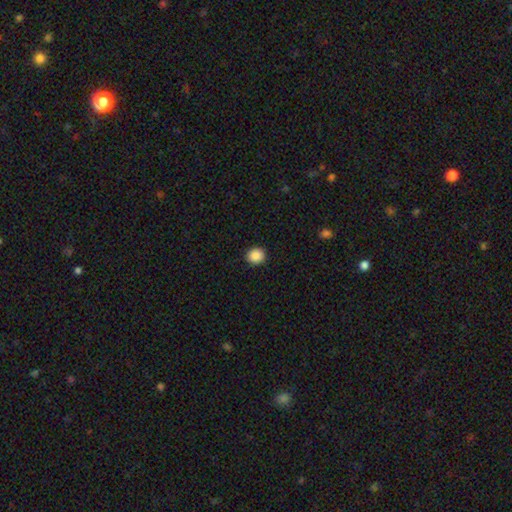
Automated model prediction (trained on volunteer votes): smooth_or_featured: smooth (p=0.88) [alt: star or artifact p=0.09]
how_rounded: round (p=0.88) [alt: in between p=0.11]
merging: none (p=0.92) [alt: minor disturbance p=0.05]